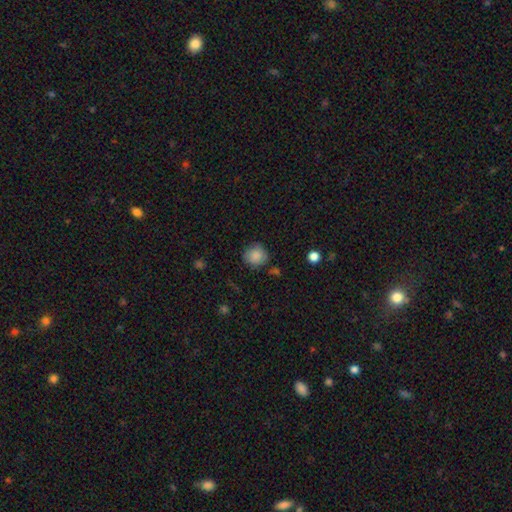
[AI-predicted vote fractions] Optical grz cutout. It shows a smooth galaxy with no disk features (84%) that is round (88%). Merging: none (75%).